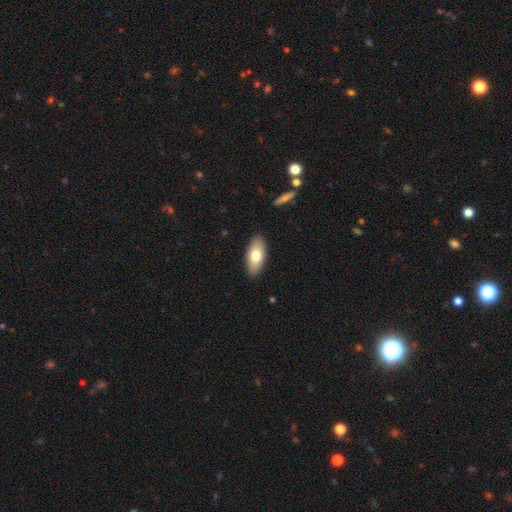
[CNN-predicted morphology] This is likely a smooth galaxy (74%). How rounded: clearly in between (88%). Merging: clearly none (89%).